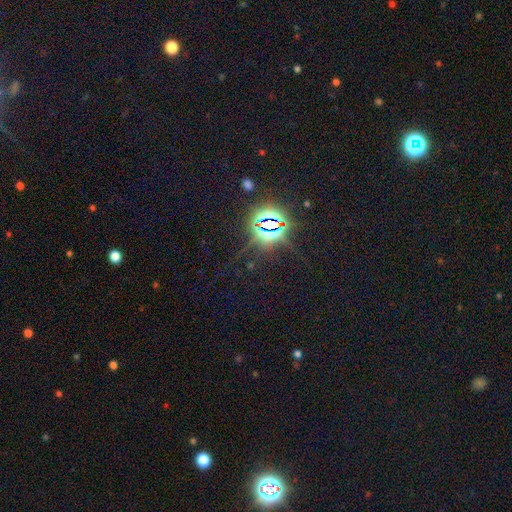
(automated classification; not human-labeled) smooth-or-featured: star or artifact: 84% | smooth: 10% | featured or disk: 7%